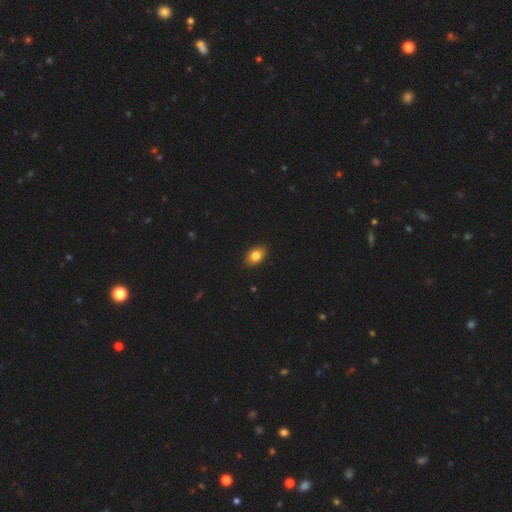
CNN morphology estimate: Q: Smooth or featured?
A: smooth (84%); runner-up: star or artifact (9%)
Q: How rounded?
A: in between (79%); runner-up: round (19%)
Q: Merging?
A: none (89%); runner-up: minor disturbance (8%)